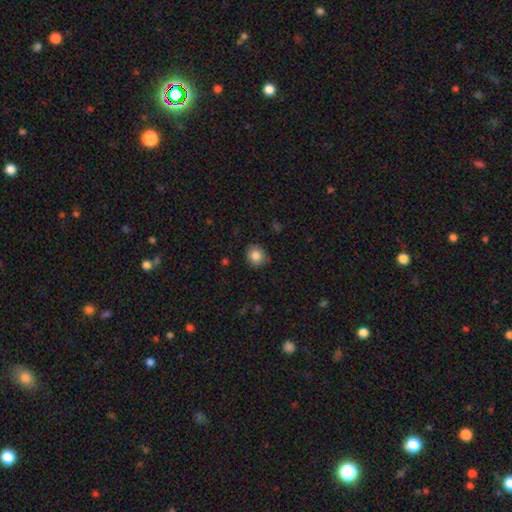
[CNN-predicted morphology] type=smooth (85%); roundness=round (77%); merging=none (82%).